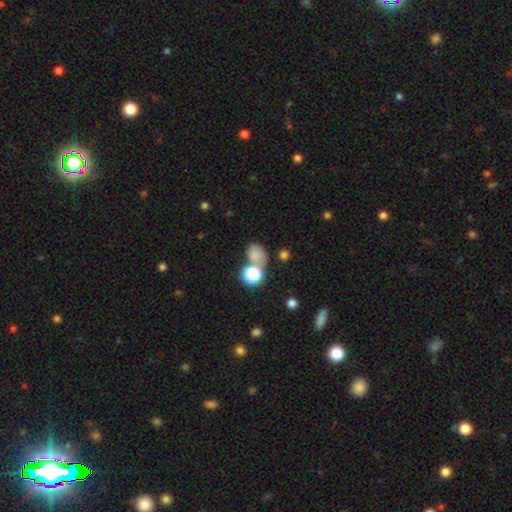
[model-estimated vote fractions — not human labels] Smooth or featured? Predicted: smooth (p=0.71). How rounded? Predicted: in between (p=0.50). Merging? Predicted: none (p=0.48).